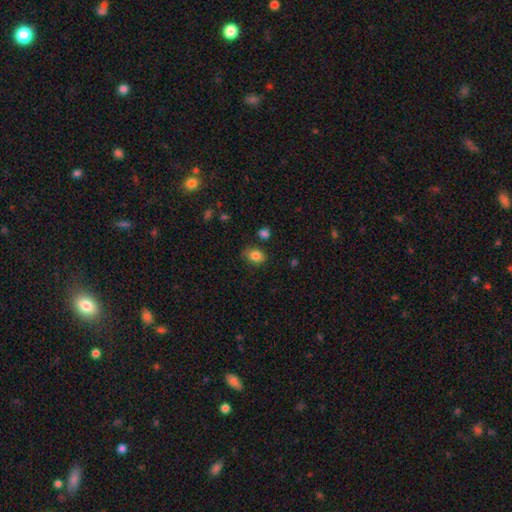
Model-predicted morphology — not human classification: smooth 84%, star or artifact 10%, featured or disk 6%. Down the decision tree: how rounded — in between (57%); merging — none (73%).